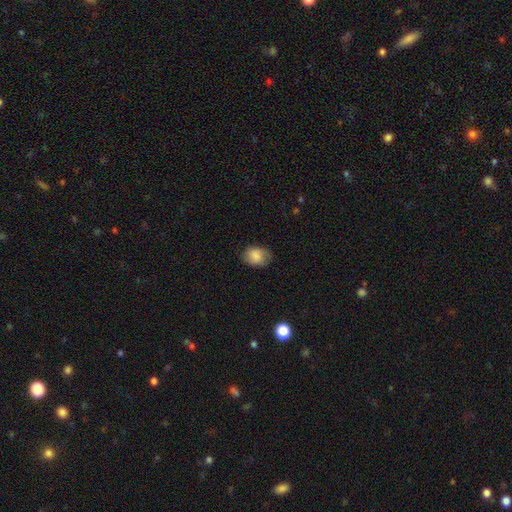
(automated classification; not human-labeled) A smooth galaxy with no disk features (85%) that is in between round and cigar-shaped (66%). Merging: none (75%).